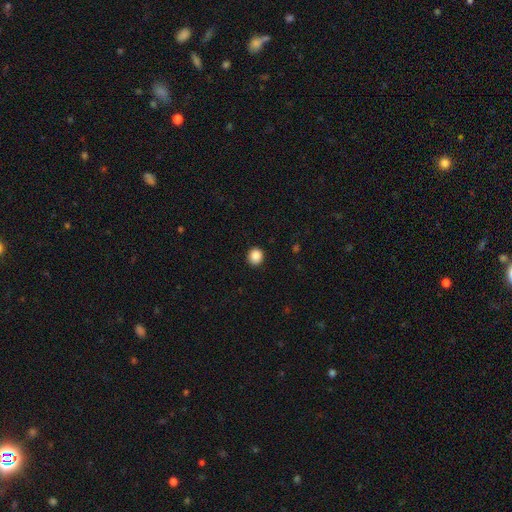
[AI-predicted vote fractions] The model was most divided on "how rounded": round: 88%, in between: 11%, cigar-shaped: 1%. More confident: merging — none (92%); smooth or featured — smooth (88%).